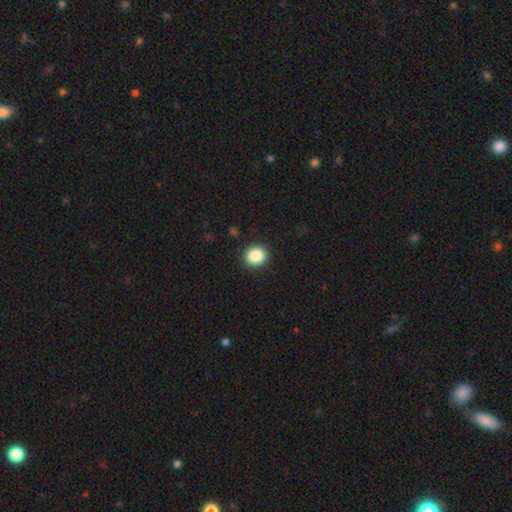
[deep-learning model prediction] smooth-or-featured: smooth: 87% | star or artifact: 9% | featured or disk: 4%
  how-rounded: round: 81% | in between: 18% | cigar-shaped: 1%
  merging: none: 91% | minor disturbance: 6% | major disturbance: 2% | merger: 1%